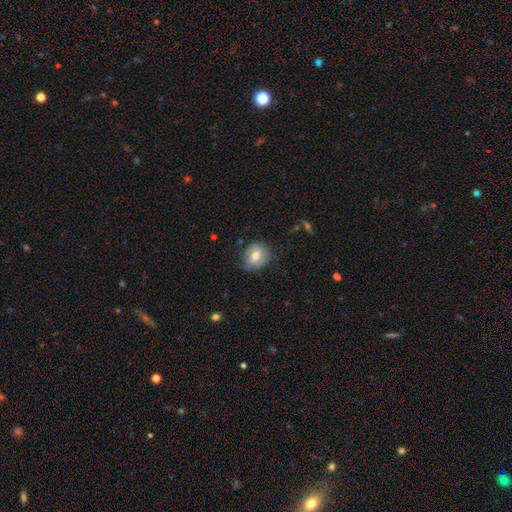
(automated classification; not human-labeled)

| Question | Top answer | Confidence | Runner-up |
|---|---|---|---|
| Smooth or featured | smooth | 70% | featured or disk (21%) |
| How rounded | round | 62% | in between (37%) |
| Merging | none | 71% | minor disturbance (23%) |